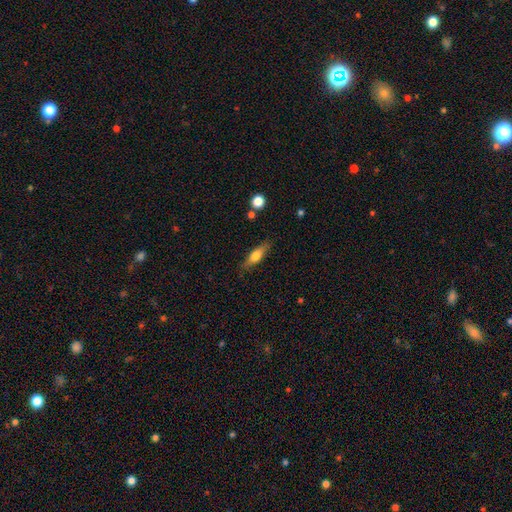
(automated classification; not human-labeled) smooth_or_featured: smooth (p=0.57) [alt: featured or disk p=0.36]
how_rounded: cigar-shaped (p=0.58) [alt: in between p=0.39]
merging: none (p=0.82) [alt: minor disturbance p=0.13]